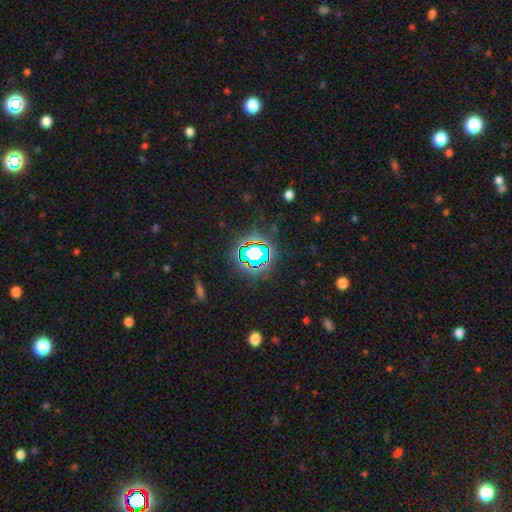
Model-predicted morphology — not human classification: Overall: star or artifact (78%).